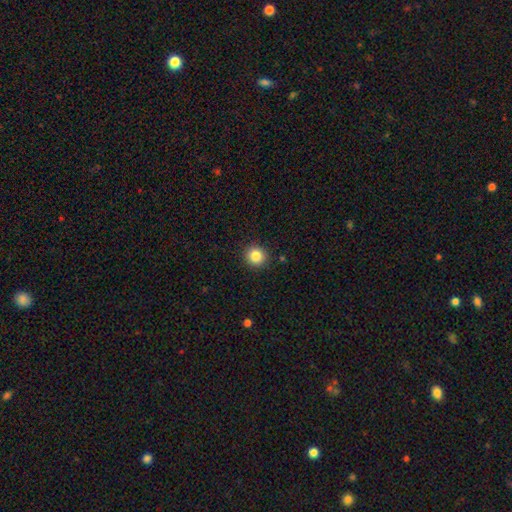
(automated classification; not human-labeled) smooth 84%, star or artifact 11%, featured or disk 5%. Down the decision tree: how rounded — round (92%); merging — none (91%).